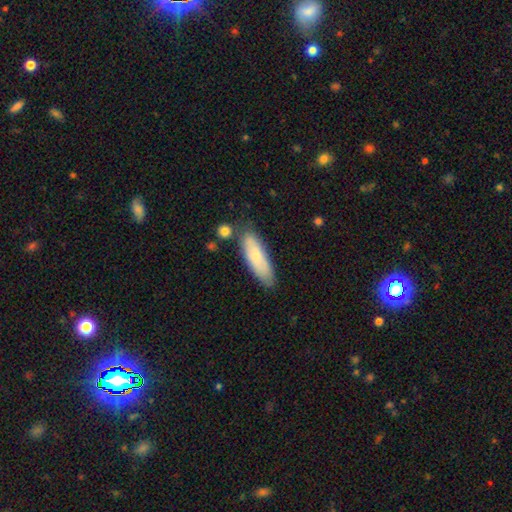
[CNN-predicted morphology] The model was most divided on "how rounded" (2-way tie): in between: 49%, cigar-shaped: 49%, round: 2%. More confident: merging — none (75%); smooth or featured — smooth (70%).